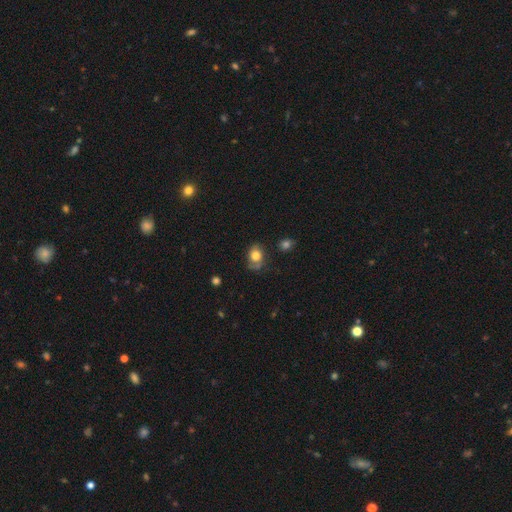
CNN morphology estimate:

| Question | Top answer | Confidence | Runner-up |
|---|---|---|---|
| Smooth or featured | smooth | 70% | featured or disk (20%) |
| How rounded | in between | 53% | round (46%) |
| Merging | none | 58% | minor disturbance (27%) |